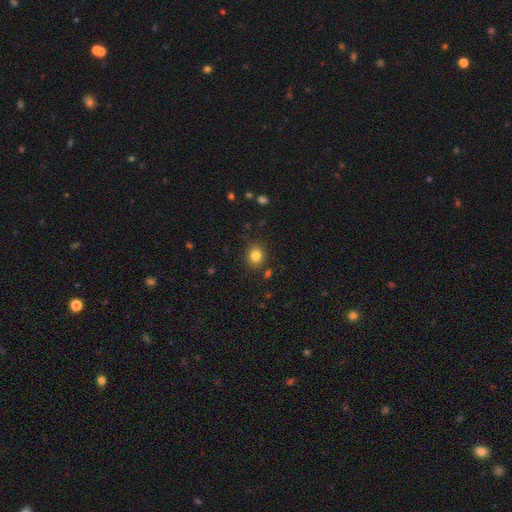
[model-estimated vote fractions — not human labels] This is clearly a smooth galaxy (82%). How rounded: likely round (70%). Merging: clearly none (85%).